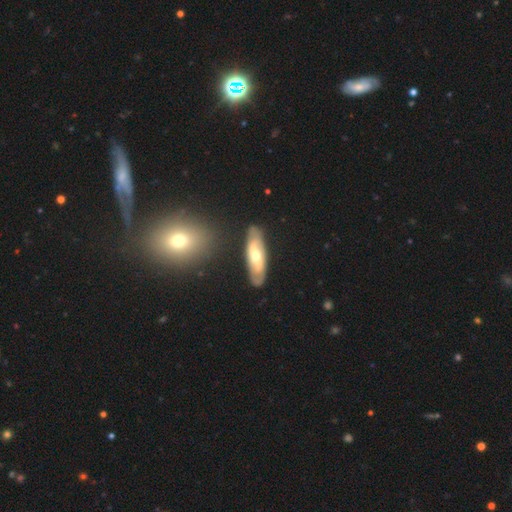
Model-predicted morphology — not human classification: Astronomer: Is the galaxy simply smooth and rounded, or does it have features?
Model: featured or disk — 61%.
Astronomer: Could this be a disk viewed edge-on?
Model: no — 77%.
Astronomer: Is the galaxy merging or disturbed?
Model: none — 81%.